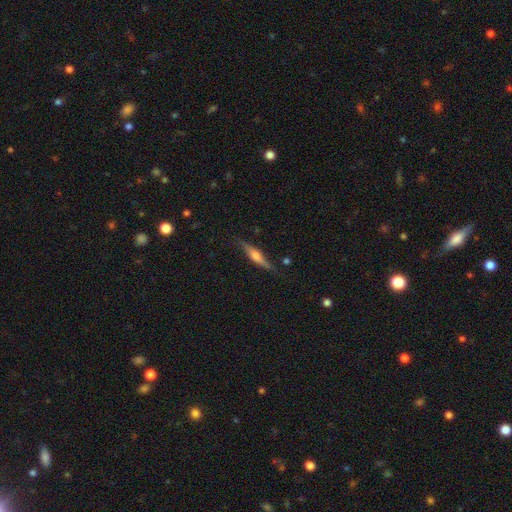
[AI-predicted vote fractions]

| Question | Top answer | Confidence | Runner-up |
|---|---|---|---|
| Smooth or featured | featured or disk | 61% | smooth (32%) |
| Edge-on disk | yes | 94% | no (6%) |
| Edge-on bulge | rounded | 81% | boxy (13%) |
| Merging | none | 78% | minor disturbance (16%) |